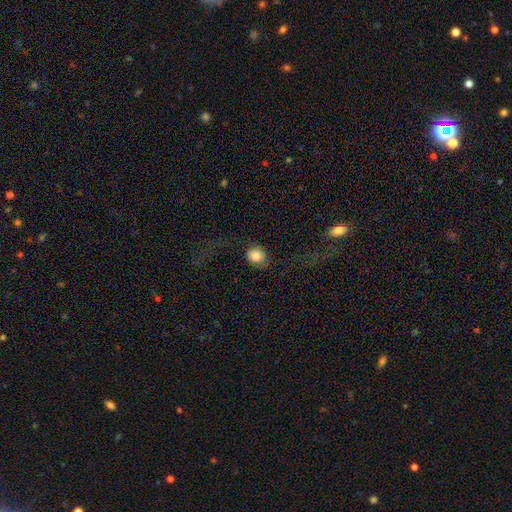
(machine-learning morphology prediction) Smooth or featured: smooth — 80% (featured or disk — 11%)
How rounded: round — 79% (in between — 20%)
Merging: none — 69% (minor disturbance — 15%)